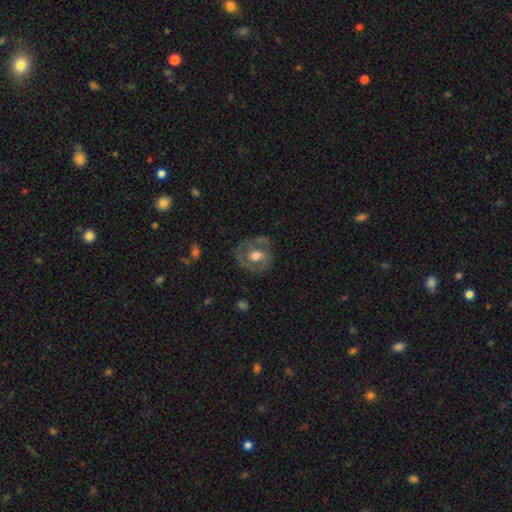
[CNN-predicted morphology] smooth_or_featured: featured or disk (p=0.56) [alt: smooth p=0.37]
disk_edge_on: no (p=0.95) [alt: yes p=0.05]
bar: no (p=0.63) [alt: weak p=0.28]
has_spiral_arms: no (p=0.59) [alt: yes p=0.41]
bulge_size: moderate (p=0.70) [alt: large p=0.18]
merging: none (p=0.63) [alt: minor disturbance p=0.21]